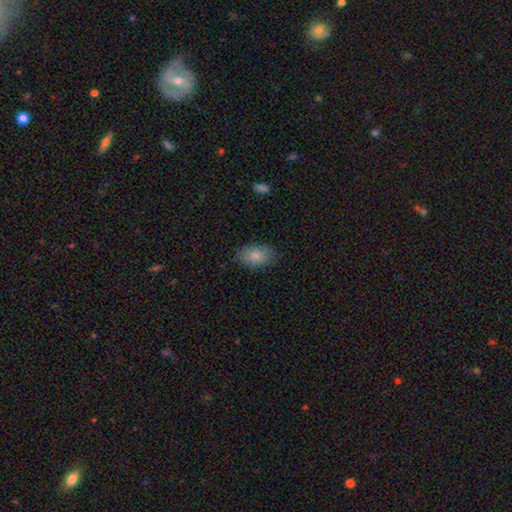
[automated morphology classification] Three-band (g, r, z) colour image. It shows a smooth galaxy with no disk features (84%) that is in between round and cigar-shaped (88%). Merging: none (82%).